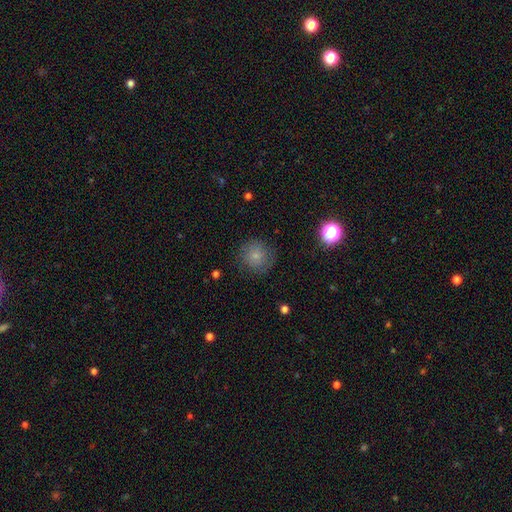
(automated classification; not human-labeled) Morphology: type=smooth (78%); roundness=round (91%); merging=none (80%).